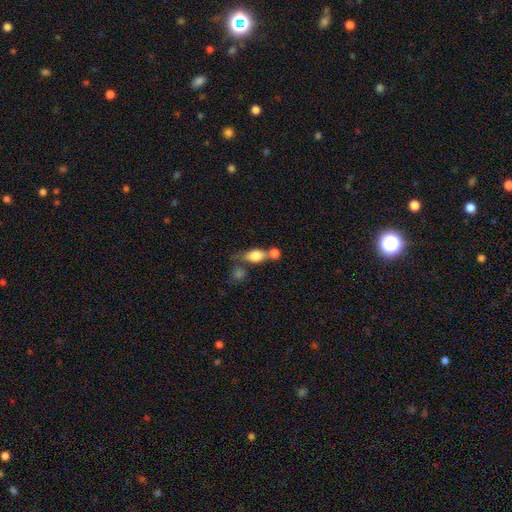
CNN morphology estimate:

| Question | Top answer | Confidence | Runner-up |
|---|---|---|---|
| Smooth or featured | smooth | 76% | featured or disk (15%) |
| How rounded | in between | 64% | round (29%) |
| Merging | merger | 48% | none (31%) |